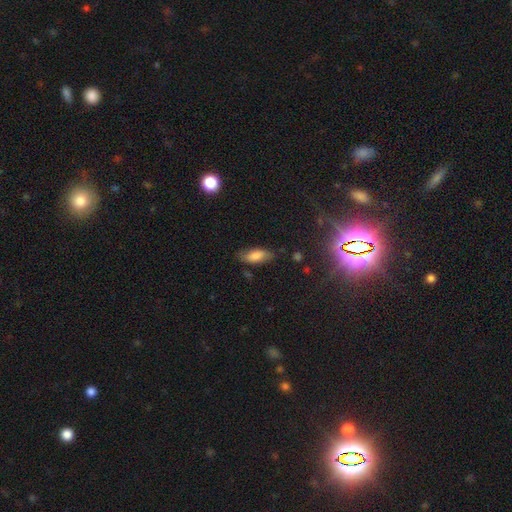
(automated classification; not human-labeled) smooth-or-featured: smooth: 77% | featured or disk: 15% | star or artifact: 8%
  how-rounded: in between: 78% | cigar-shaped: 19% | round: 3%
  merging: none: 73% | minor disturbance: 20% | major disturbance: 5% | merger: 2%